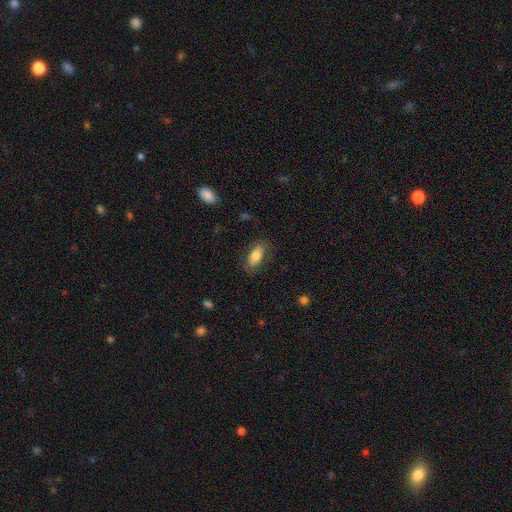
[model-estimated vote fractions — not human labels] A smooth galaxy with no disk features (76%) that is in between round and cigar-shaped (87%). Merging: none (76%).